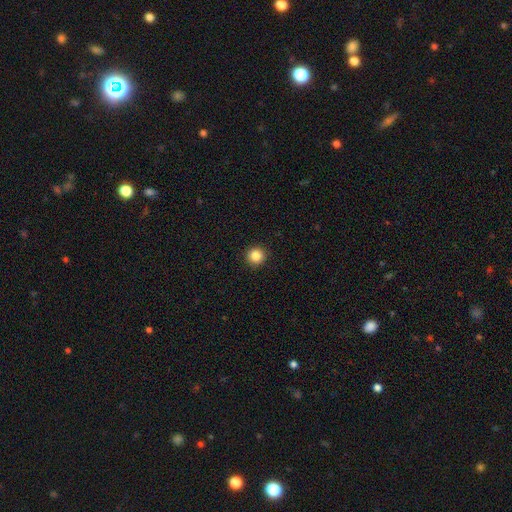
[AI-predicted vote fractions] Morphology: type=smooth (85%); roundness=round (95%); merging=none (93%).